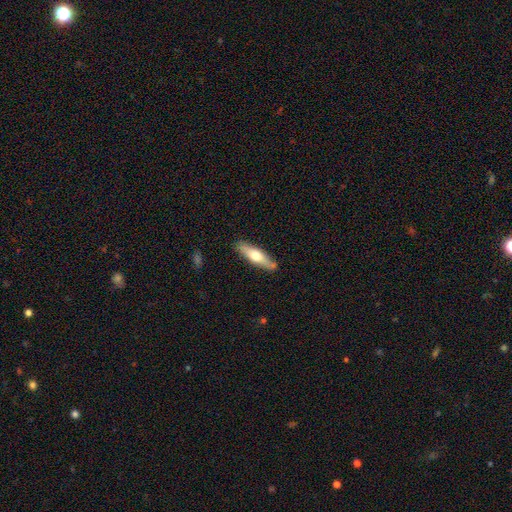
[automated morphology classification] smooth-or-featured: smooth: 56% | featured or disk: 39% | star or artifact: 5%
  how-rounded: cigar-shaped: 70% | in between: 28% | round: 2%
  merging: none: 84% | minor disturbance: 11% | merger: 2% | major disturbance: 2%